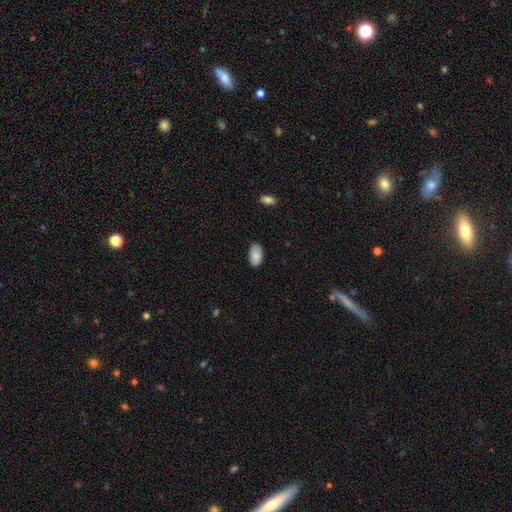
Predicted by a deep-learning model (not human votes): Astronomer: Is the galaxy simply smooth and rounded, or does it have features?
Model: smooth — 86%.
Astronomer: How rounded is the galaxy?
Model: in between — 95%.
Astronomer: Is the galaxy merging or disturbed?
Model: none — 82%.